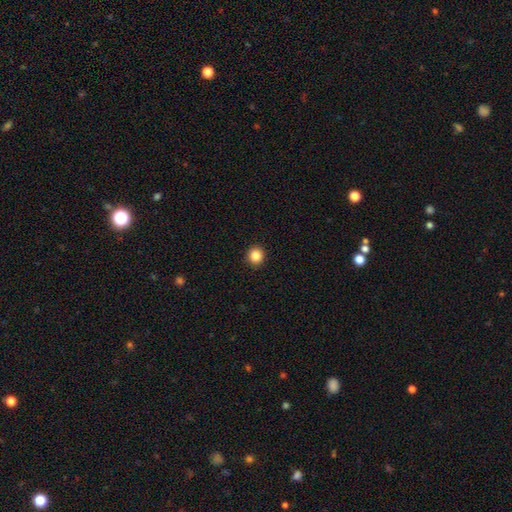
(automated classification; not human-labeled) Smooth or featured: smooth — 85% (star or artifact — 10%)
How rounded: round — 91% (in between — 8%)
Merging: none — 93% (minor disturbance — 5%)